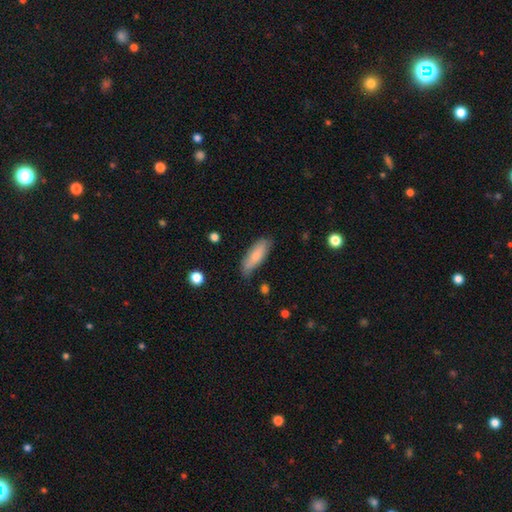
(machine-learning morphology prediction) This appears to be a smooth galaxy with no disk features (79%) that is in between round and cigar-shaped (56%). Merging: none (78%).